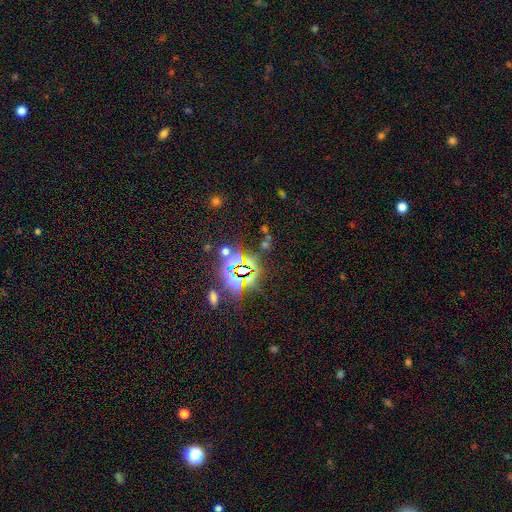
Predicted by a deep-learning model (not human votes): A star or artifact, not a galaxy (82%).